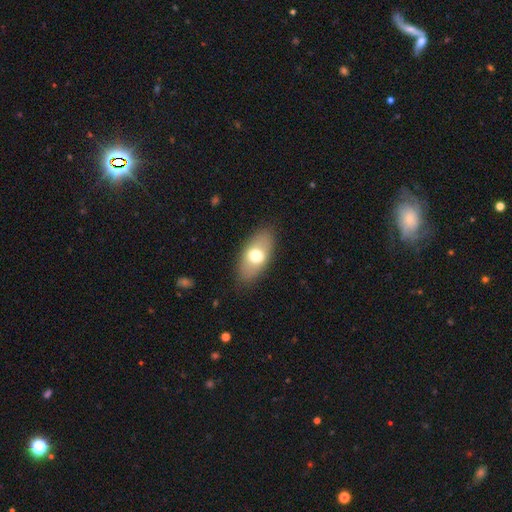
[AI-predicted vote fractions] Smooth or featured? Predicted: smooth (p=0.65). How rounded? Predicted: in between (p=0.89). Merging? Predicted: none (p=0.84).